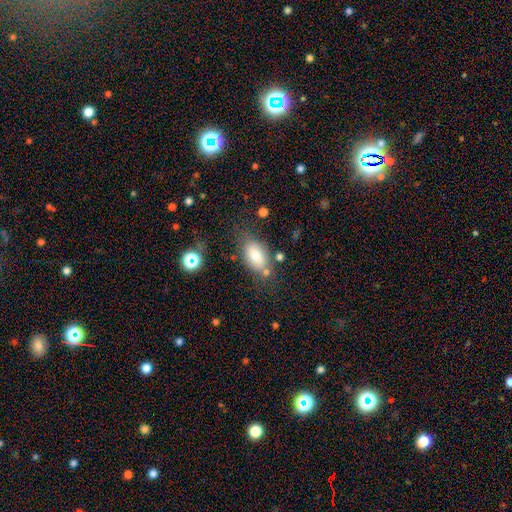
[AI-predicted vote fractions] Smooth or featured: smooth — 77% (featured or disk — 14%)
How rounded: in between — 89% (round — 7%)
Merging: none — 62% (minor disturbance — 20%)